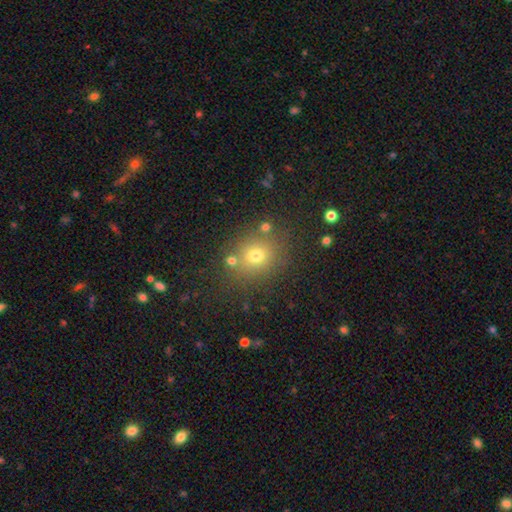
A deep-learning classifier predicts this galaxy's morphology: type=smooth (69%); roundness=round (76%); merging=none (78%).